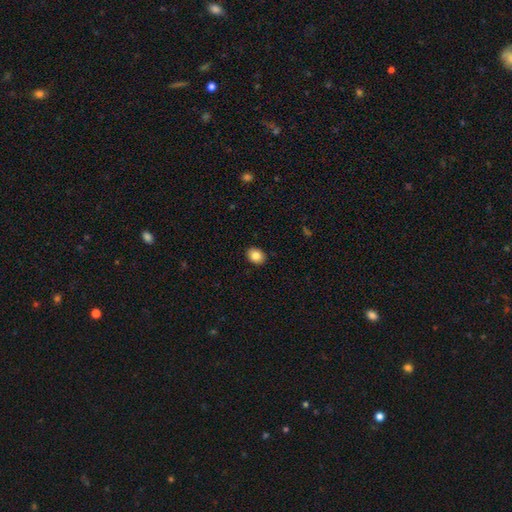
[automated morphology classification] smooth-or-featured: smooth: 85% | star or artifact: 9% | featured or disk: 6%
  how-rounded: in between: 61% | round: 38% | cigar-shaped: 1%
  merging: none: 90% | minor disturbance: 7% | major disturbance: 2% | merger: 1%